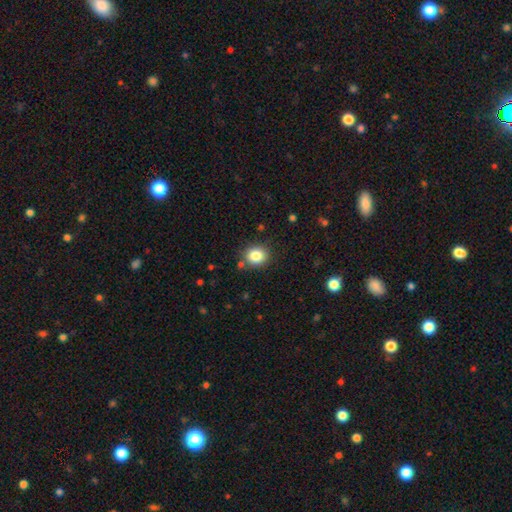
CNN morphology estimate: Smooth or featured? Predicted: smooth (p=0.84). How rounded? Predicted: round (p=0.75). Merging? Predicted: none (p=0.84).